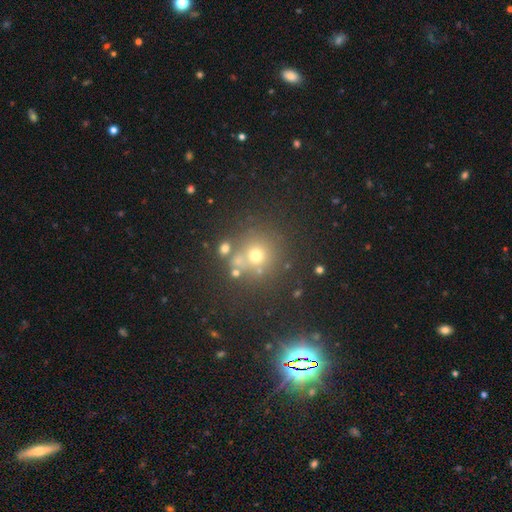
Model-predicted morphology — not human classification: This appears to be a smooth galaxy with no disk features (61%) that is round (90%). Merging: none (70%).